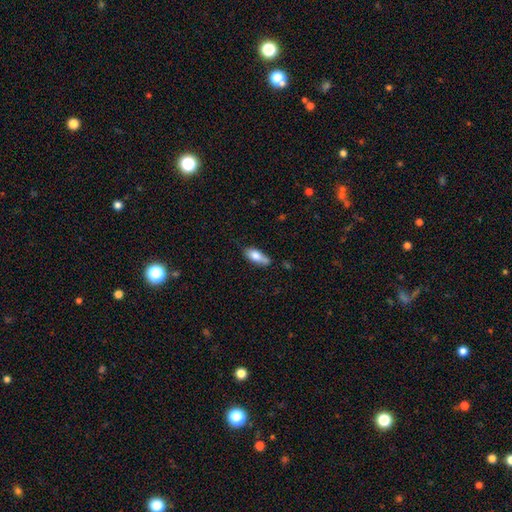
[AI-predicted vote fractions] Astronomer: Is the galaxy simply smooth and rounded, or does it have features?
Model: smooth — 76%.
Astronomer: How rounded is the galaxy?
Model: in between — 76%.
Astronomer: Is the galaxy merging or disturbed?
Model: none — 57%.